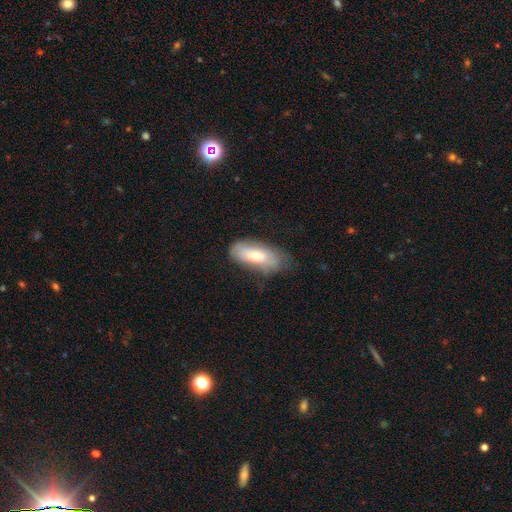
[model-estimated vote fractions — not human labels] Smooth or featured: smooth — 70% (featured or disk — 24%)
How rounded: in between — 81% (cigar-shaped — 17%)
Merging: none — 55% (minor disturbance — 31%)